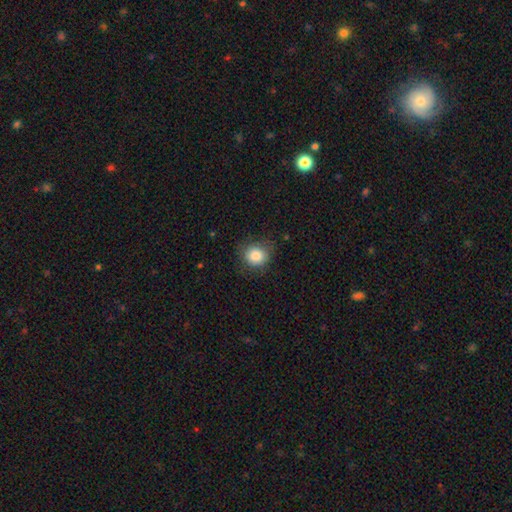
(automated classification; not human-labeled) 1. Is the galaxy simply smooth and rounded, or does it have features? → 84% smooth, 10% star or artifact, 7% featured or disk.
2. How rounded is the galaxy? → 80% round, 19% in between, 1% cigar-shaped.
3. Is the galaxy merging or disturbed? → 76% none, 17% minor disturbance, 5% major disturbance, 1% merger.